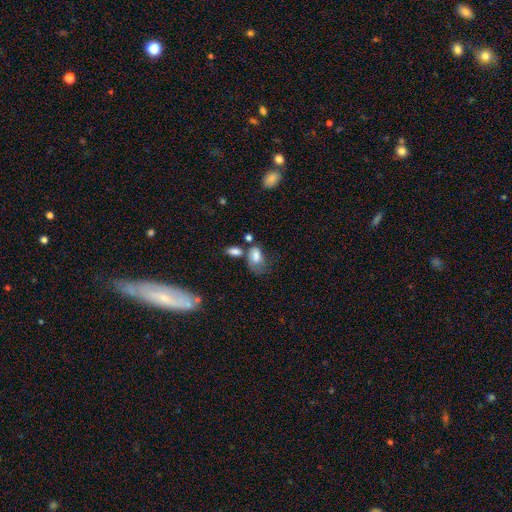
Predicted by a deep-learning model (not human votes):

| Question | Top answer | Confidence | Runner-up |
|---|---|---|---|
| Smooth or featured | smooth | 77% | featured or disk (14%) |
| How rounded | in between | 87% | round (11%) |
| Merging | major disturbance | 26% | tied: none (26%) |